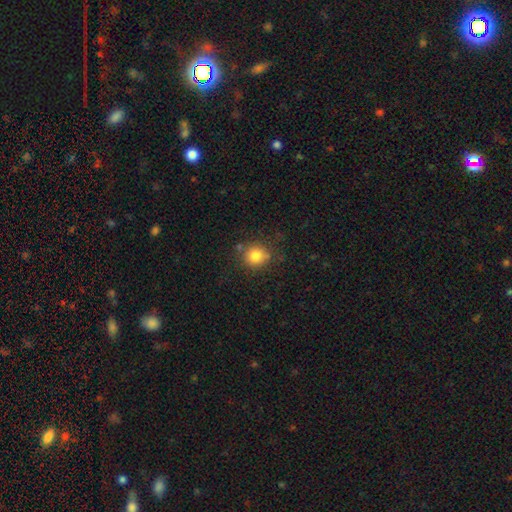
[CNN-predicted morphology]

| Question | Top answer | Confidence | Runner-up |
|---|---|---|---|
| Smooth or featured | smooth | 82% | star or artifact (11%) |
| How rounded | round | 87% | in between (12%) |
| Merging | none | 77% | minor disturbance (13%) |